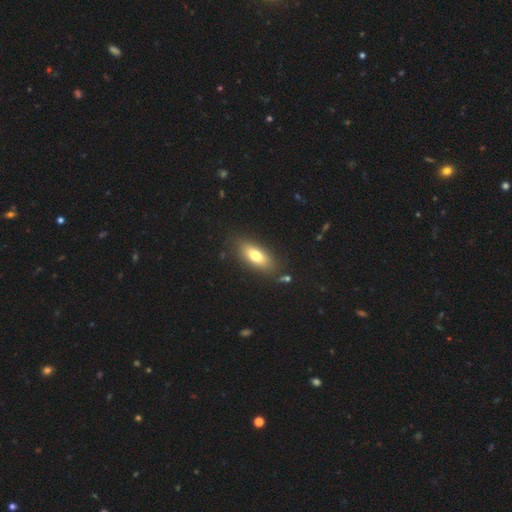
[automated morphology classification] Overall: smooth (73%). How rounded: in between (80%). Merging: none (83%).